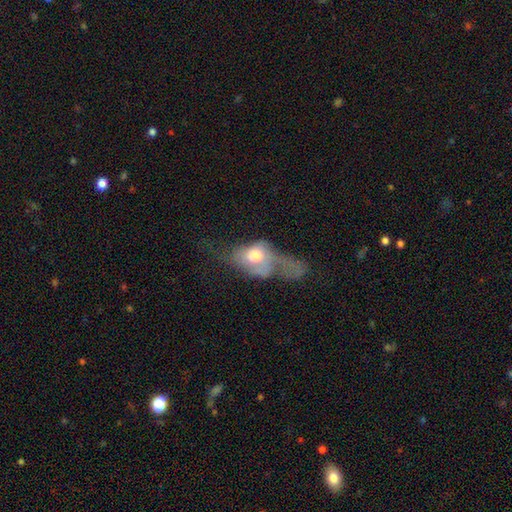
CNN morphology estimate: Smooth or featured: featured or disk — 48% (smooth — 42%)
Merging: major disturbance — 57% (none — 15%)